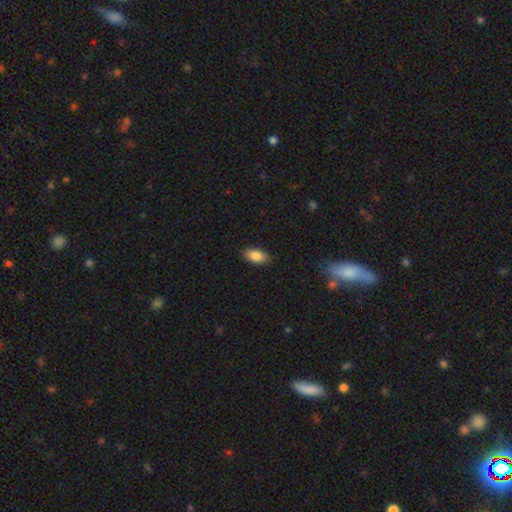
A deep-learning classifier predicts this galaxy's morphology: Smooth or featured?
  - smooth: 85% *
  - featured or disk: 8%
  - star or artifact: 7%
How rounded?
  - in between: 91% *
  - cigar-shaped: 6%
  - round: 3%
Merging?
  - none: 88% *
  - minor disturbance: 9%
  - major disturbance: 2%
  - merger: 1%